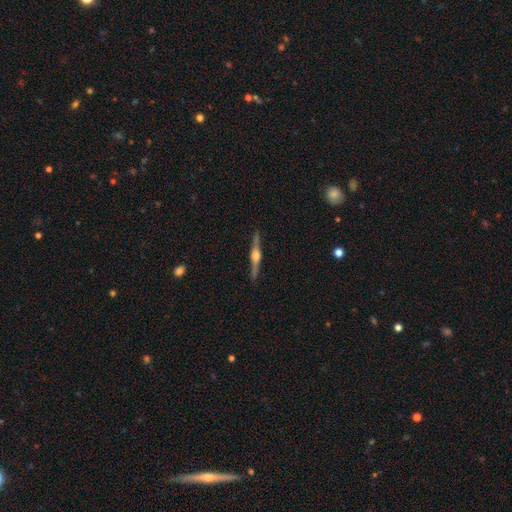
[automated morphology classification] Overall: featured or disk (81%). Edge-on disk: yes (98%). Edge-on bulge: rounded (89%). Merging: none (91%).